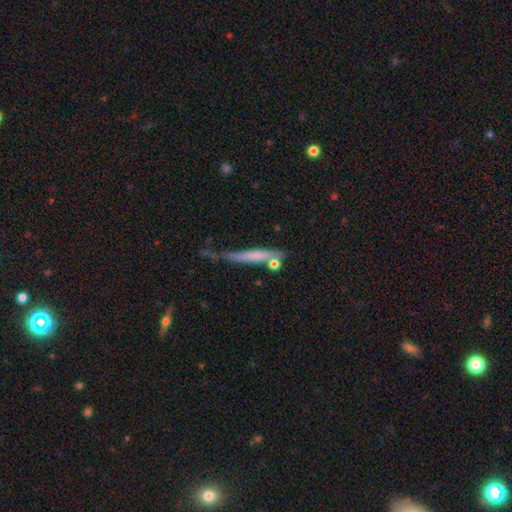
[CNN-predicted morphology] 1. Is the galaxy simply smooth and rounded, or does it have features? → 54% smooth, 37% featured or disk, 8% star or artifact.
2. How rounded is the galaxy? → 91% cigar-shaped, 6% in between, 2% round.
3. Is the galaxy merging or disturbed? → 45% none, 26% minor disturbance, 15% major disturbance, 13% merger.